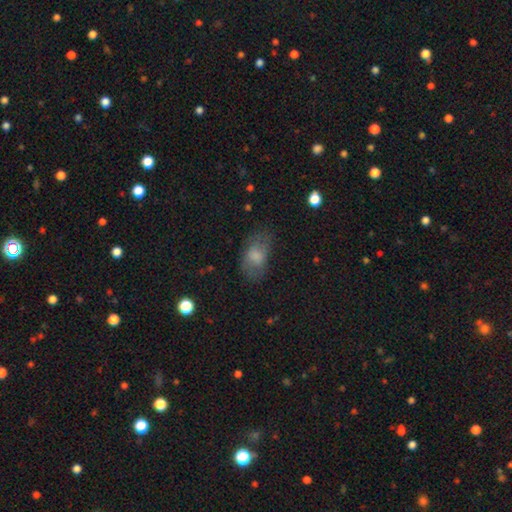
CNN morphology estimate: Smooth or featured? smooth (69%)
How rounded? in between (88%)
Merging? none (59%)